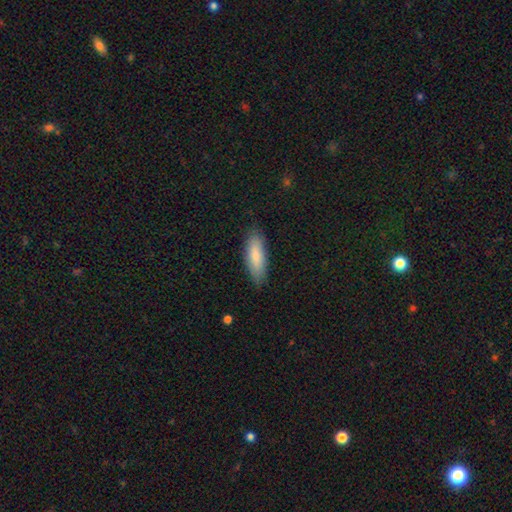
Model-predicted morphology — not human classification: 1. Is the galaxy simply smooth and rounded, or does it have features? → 82% smooth, 12% featured or disk, 6% star or artifact.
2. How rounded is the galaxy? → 56% in between, 43% cigar-shaped, 2% round.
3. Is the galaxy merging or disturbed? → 84% none, 12% minor disturbance, 2% major disturbance, 1% merger.